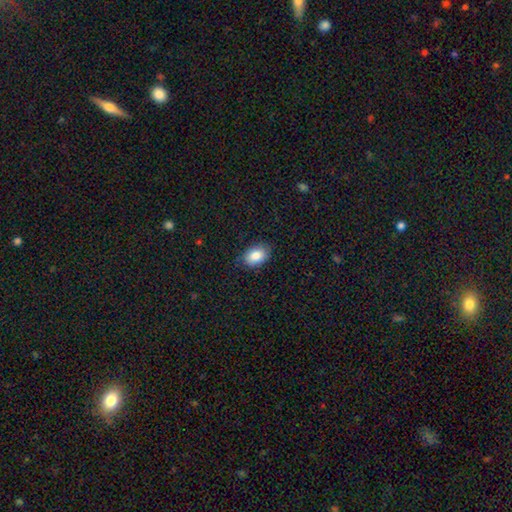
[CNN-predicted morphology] This is clearly a smooth galaxy (84%). How rounded: clearly in between (85%). Merging: clearly none (84%).